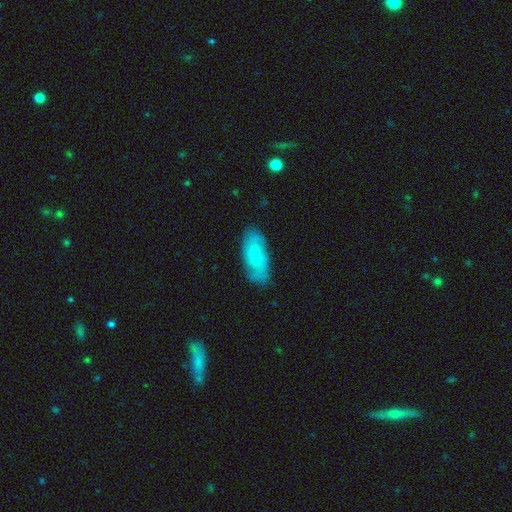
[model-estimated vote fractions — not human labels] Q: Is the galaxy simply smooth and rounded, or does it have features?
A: smooth — 55%.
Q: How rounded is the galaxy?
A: in between — 83%.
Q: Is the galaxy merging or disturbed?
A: none — 77%.